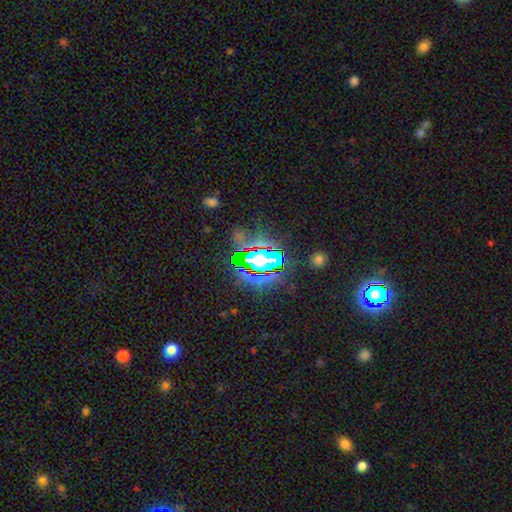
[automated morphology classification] This is likely a star or artifact rather than a galaxy (66%).